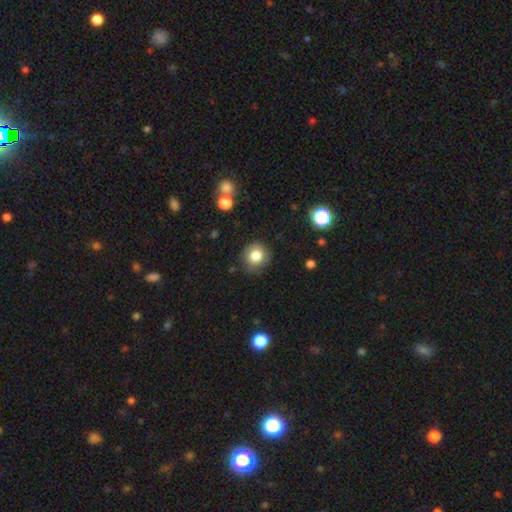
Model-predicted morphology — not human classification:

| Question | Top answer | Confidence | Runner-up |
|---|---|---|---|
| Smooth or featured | smooth | 80% | star or artifact (10%) |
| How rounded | round | 90% | in between (9%) |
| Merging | none | 81% | minor disturbance (13%) |